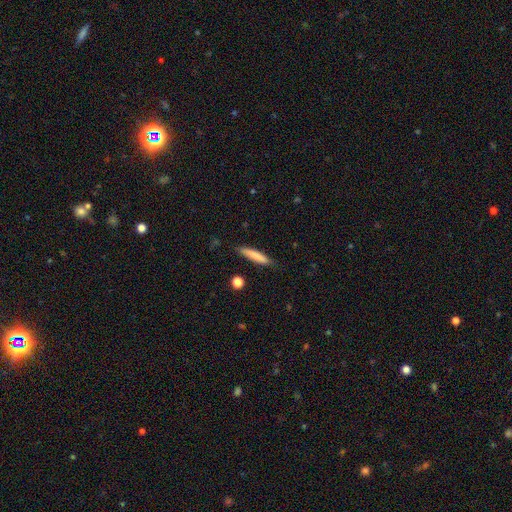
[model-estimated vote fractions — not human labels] This is likely a smooth galaxy (80%). How rounded: clearly cigar-shaped (89%). Merging: clearly none (83%).